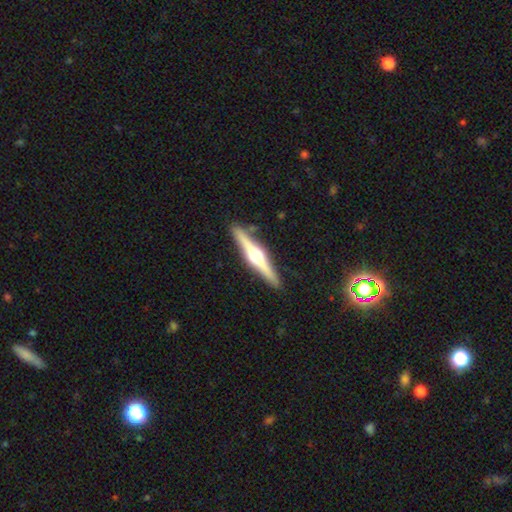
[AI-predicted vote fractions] Smooth or featured?
  - featured or disk: 77% *
  - smooth: 18%
  - star or artifact: 5%
Edge-on disk?
  - yes: 98% *
  - no: 2%
Edge-on bulge?
  - rounded: 95% *
  - boxy: 3%
  - none: 2%
Merging?
  - none: 89% *
  - minor disturbance: 8%
  - merger: 2%
  - major disturbance: 2%